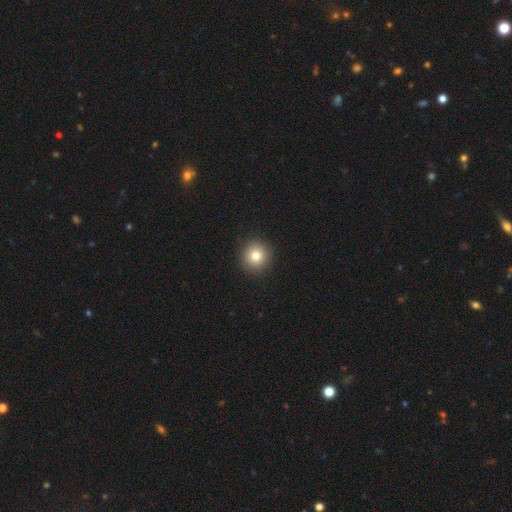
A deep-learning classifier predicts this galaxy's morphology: A smooth galaxy with no disk features (81%) that is round (94%).

Vote fractions:
- Smooth or featured? smooth: 81% / star or artifact: 11% / featured or disk: 8%
- How rounded? round: 94% / in between: 5% / cigar-shaped: 1%
- Merging? none: 92% / minor disturbance: 5% / major disturbance: 2% / merger: 1%